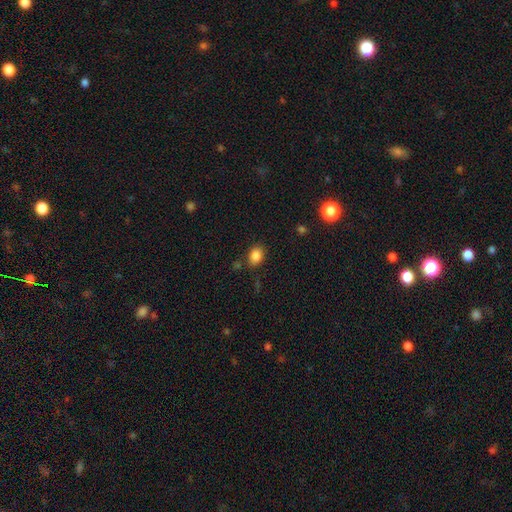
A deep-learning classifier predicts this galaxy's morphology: smooth 85%, star or artifact 10%, featured or disk 5%. Down the decision tree: how rounded — in between (67%); merging — none (80%).